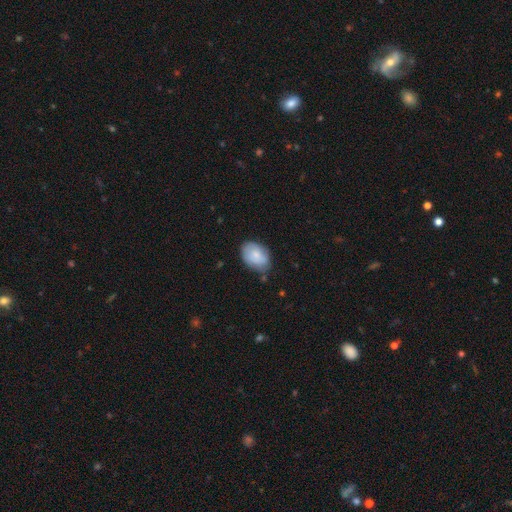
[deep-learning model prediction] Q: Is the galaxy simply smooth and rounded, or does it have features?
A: smooth — 79%.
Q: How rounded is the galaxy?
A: in between — 84%.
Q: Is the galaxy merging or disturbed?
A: none — 67%.